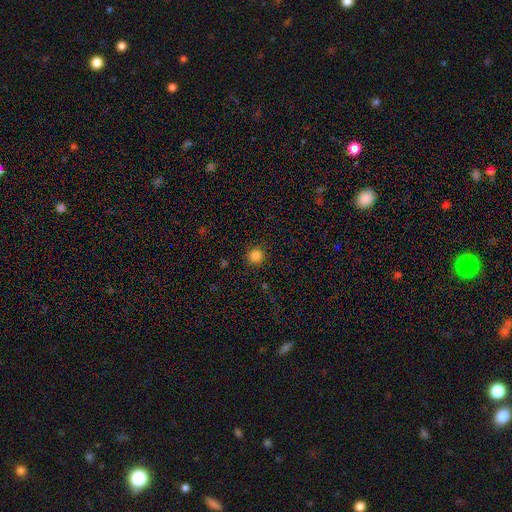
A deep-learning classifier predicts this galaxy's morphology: A smooth galaxy with no disk features (84%) that is round (92%).

Vote fractions:
- Smooth or featured? smooth: 84% / star or artifact: 13% / featured or disk: 4%
- How rounded? round: 92% / in between: 7% / cigar-shaped: 1%
- Merging? none: 89% / minor disturbance: 7% / major disturbance: 3% / merger: 1%